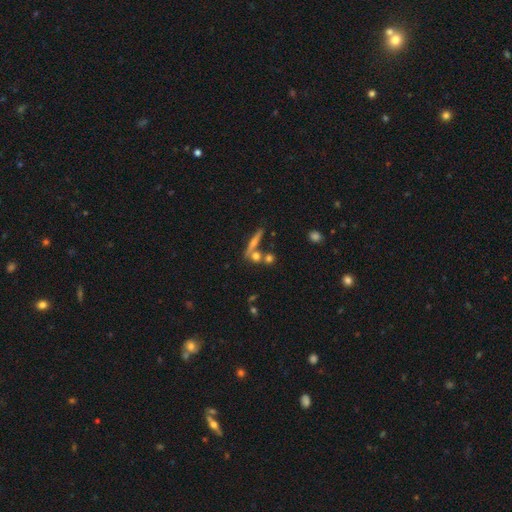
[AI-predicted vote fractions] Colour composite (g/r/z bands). It shows a smooth galaxy with no disk features (57%) that is round (46%). Merging: none (57%).